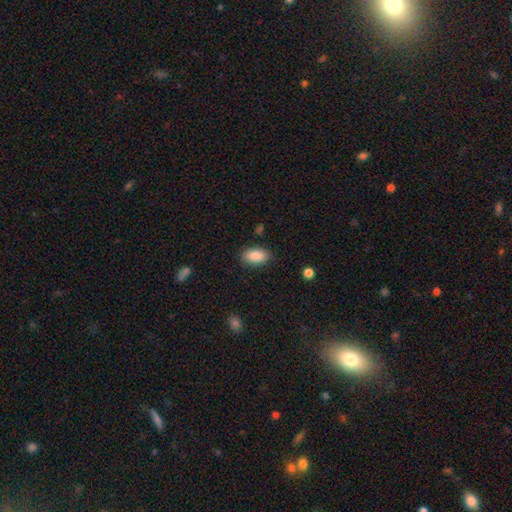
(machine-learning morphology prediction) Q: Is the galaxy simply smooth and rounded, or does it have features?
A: smooth — 89%.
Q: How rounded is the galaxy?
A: in between — 93%.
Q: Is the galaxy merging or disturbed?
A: none — 83%.